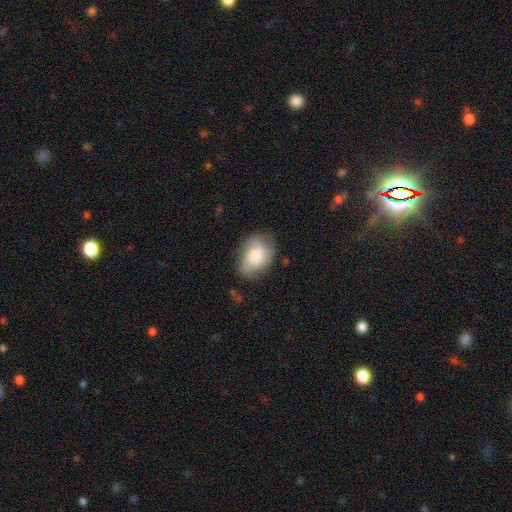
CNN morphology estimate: A smooth galaxy with no disk features (72%) that is in between round and cigar-shaped (77%). Merging: none (68%).